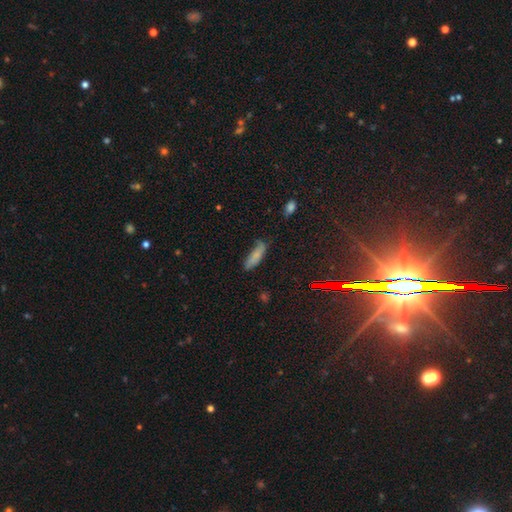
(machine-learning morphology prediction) This appears to be a smooth galaxy with no disk features (74%) that is cigar-shaped (50%). Merging: none (51%).